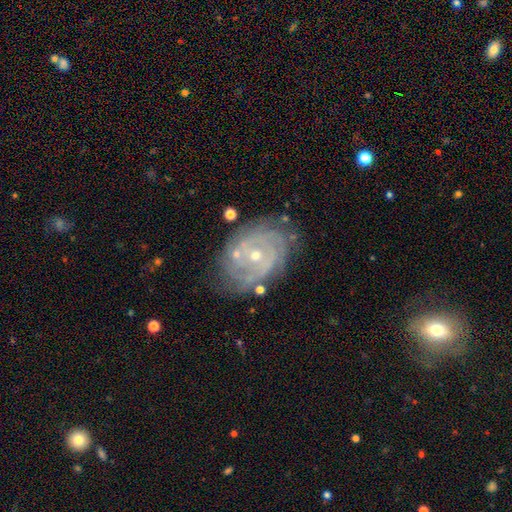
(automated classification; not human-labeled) The model was most divided on "spiral arm count": can't tell: 29%, 2: 22%, 3: 22%, 4: 15%, more than 4: 7%, 1: 6%. More confident: edge-on disk — no (97%); spiral arms — yes (96%); smooth or featured — featured or disk (87%); spiral winding — tight (76%); merging — none (71%); bar — no (71%); bulge size — small (62%).